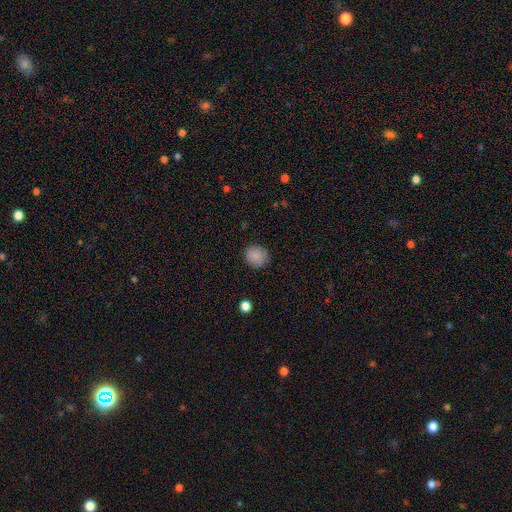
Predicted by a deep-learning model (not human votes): The model was most divided on "how rounded": round: 85%, in between: 14%, cigar-shaped: 1%. More confident: merging — none (89%); smooth or featured — smooth (88%).